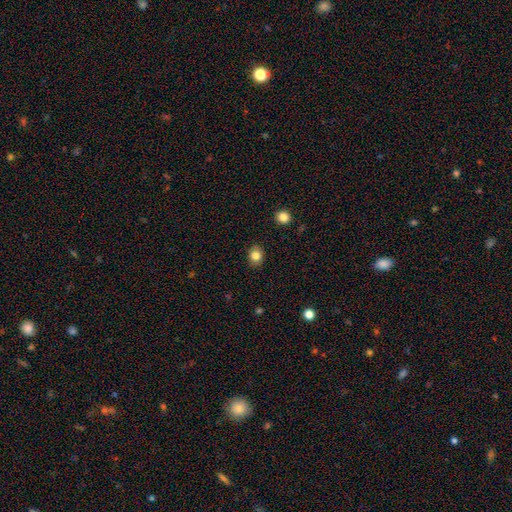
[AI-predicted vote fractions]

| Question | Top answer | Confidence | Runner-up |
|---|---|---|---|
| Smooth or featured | smooth | 82% | star or artifact (11%) |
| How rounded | round | 53% | in between (46%) |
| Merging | none | 88% | minor disturbance (9%) |